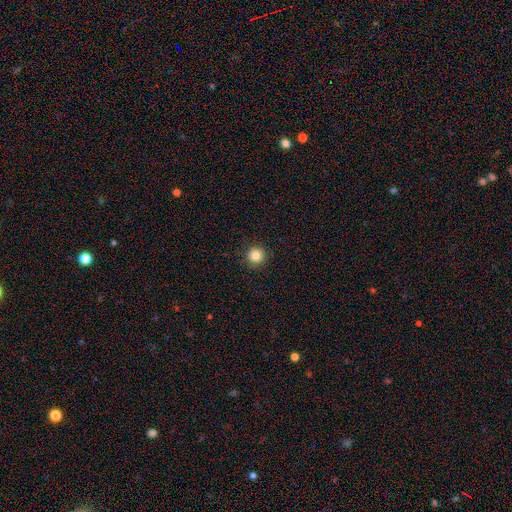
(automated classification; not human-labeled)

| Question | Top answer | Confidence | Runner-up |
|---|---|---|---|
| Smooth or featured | smooth | 84% | star or artifact (11%) |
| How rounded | round | 96% | in between (3%) |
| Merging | none | 92% | minor disturbance (5%) |